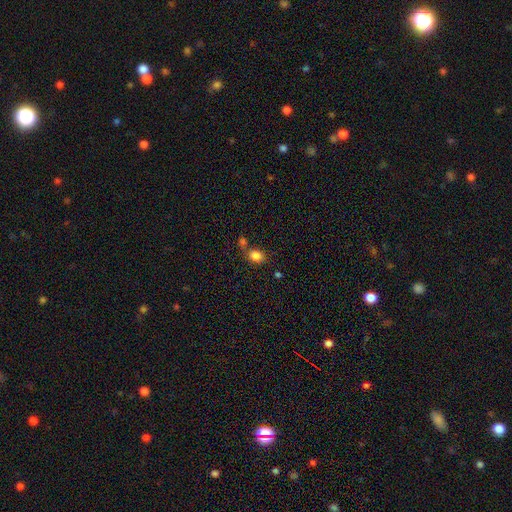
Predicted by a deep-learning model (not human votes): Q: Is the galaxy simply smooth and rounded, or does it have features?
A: smooth — 83%.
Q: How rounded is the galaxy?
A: in between — 56%.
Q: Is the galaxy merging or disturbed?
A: none — 56%.